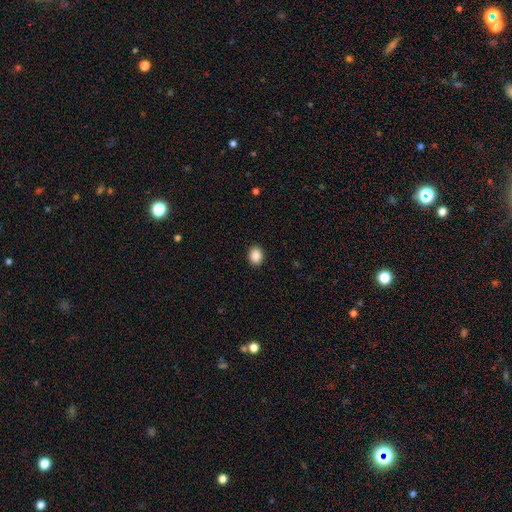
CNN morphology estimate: Smooth or featured: smooth — 89% (star or artifact — 8%)
How rounded: in between — 52% (round — 47%)
Merging: none — 91% (minor disturbance — 6%)